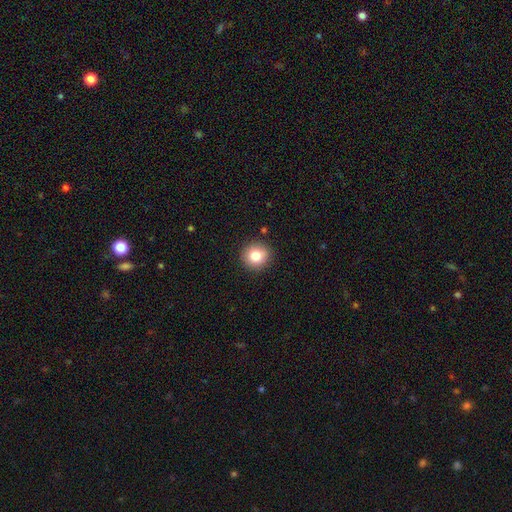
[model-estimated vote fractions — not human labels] Q: Smooth or featured?
A: smooth (82%); runner-up: star or artifact (10%)
Q: How rounded?
A: round (92%); runner-up: in between (7%)
Q: Merging?
A: none (90%); runner-up: minor disturbance (7%)